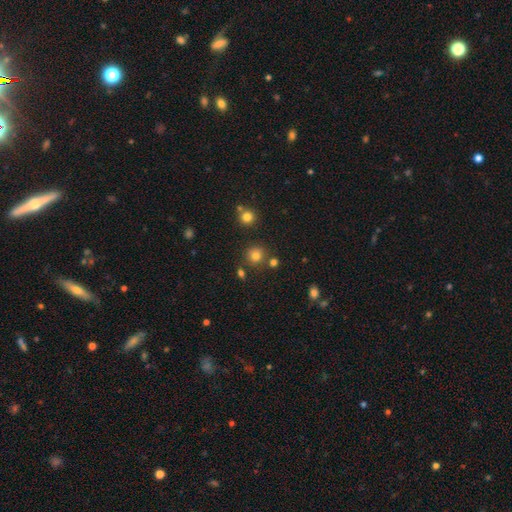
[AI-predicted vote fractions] Smooth or featured? smooth (77%)
How rounded? round (89%)
Merging? none (80%)